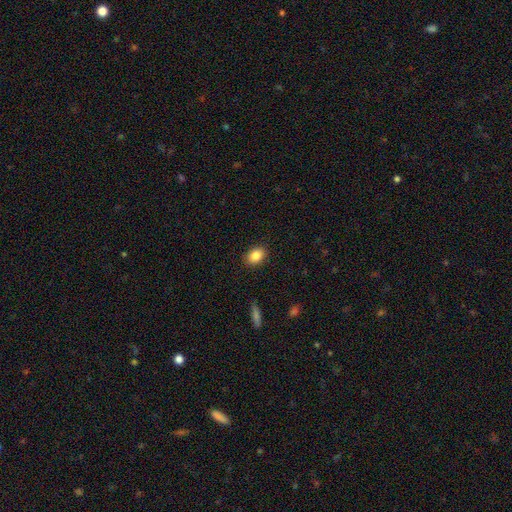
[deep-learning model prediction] smooth 85%, star or artifact 8%, featured or disk 6%. Down the decision tree: how rounded — in between (76%); merging — none (89%).